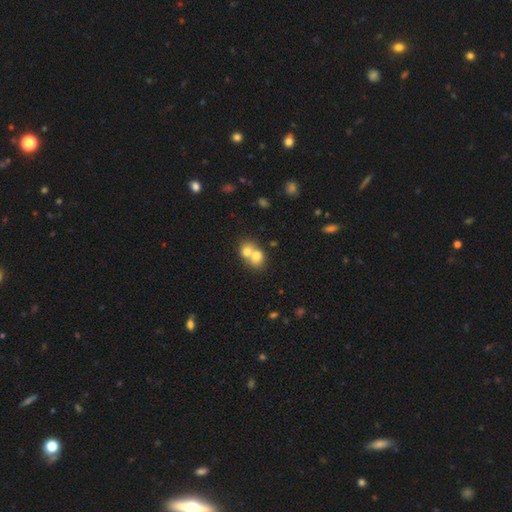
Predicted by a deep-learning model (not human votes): A smooth galaxy with no disk features (70%) that is round (56%). Merging: merger (72%).